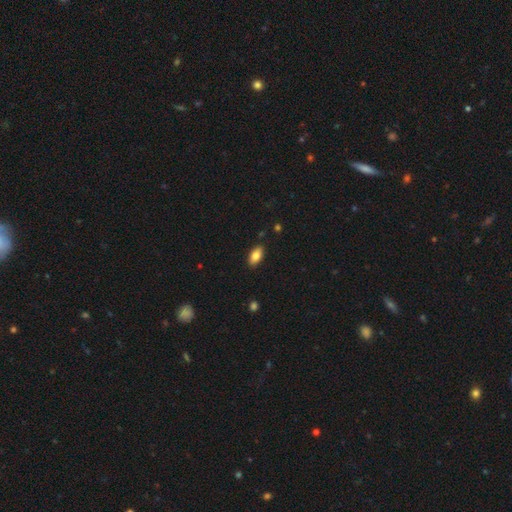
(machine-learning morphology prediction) type=smooth (83%); roundness=in between (92%); merging=none (88%).